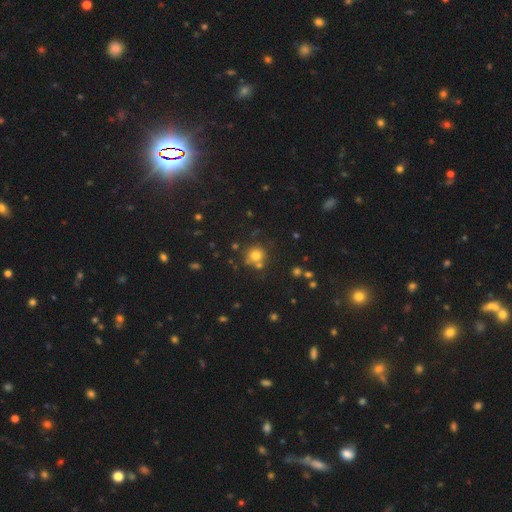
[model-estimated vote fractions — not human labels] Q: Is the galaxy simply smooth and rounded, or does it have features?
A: smooth — 75%.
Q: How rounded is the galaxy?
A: round — 88%.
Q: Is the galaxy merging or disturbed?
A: none — 67%.